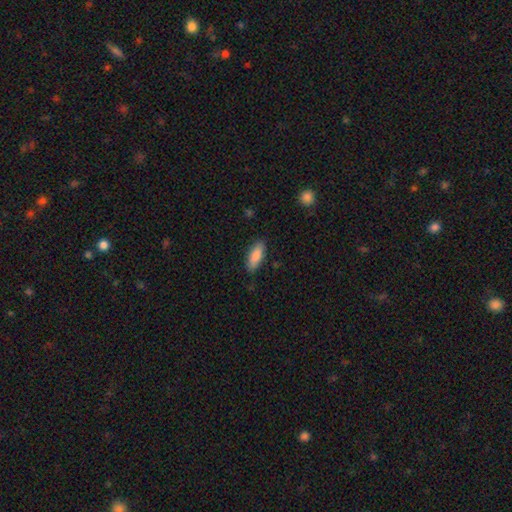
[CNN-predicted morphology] A smooth galaxy with no disk features (83%) that is in between round and cigar-shaped (69%).

Vote fractions:
- Smooth or featured? smooth: 83% / featured or disk: 11% / star or artifact: 6%
- How rounded? in between: 69% / cigar-shaped: 29% / round: 2%
- Merging? none: 85% / minor disturbance: 11% / major disturbance: 2% / merger: 1%